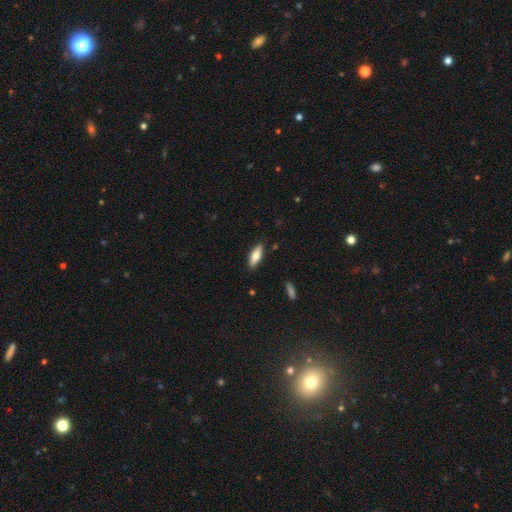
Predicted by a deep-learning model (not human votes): Smooth or featured? Predicted: smooth (p=0.66). How rounded? Predicted: in between (p=0.58). Merging? Predicted: none (p=0.87).